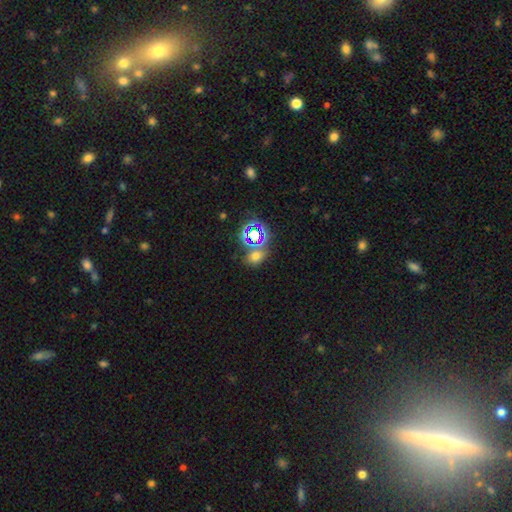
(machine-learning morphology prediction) Smooth or featured: smooth — 52% (star or artifact — 38%)
How rounded: in between — 52% (round — 47%)
Merging: none — 64% (merger — 19%)